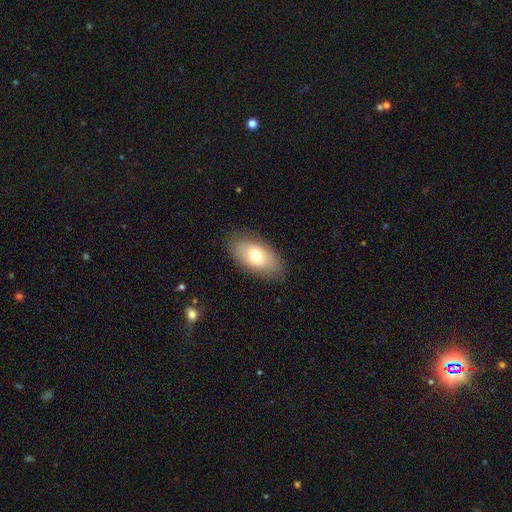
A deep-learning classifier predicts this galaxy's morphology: A smooth galaxy with no disk features (70%) that is in between round and cigar-shaped (91%). Merging: none (84%).